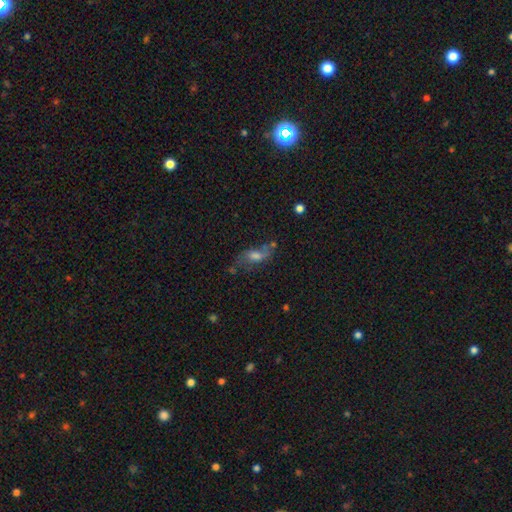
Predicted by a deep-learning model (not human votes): Q: Smooth or featured?
A: featured or disk (46%); runner-up: smooth (39%)
Q: Merging?
A: none (49%); runner-up: minor disturbance (23%)